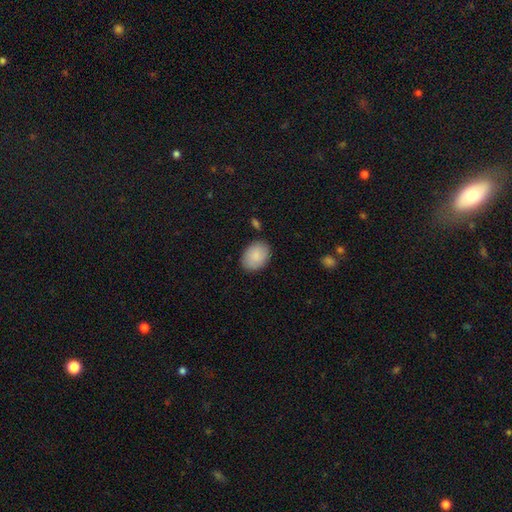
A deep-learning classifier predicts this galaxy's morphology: This appears to be a smooth galaxy with no disk features (85%) that is in between round and cigar-shaped (79%). Merging: none (83%).